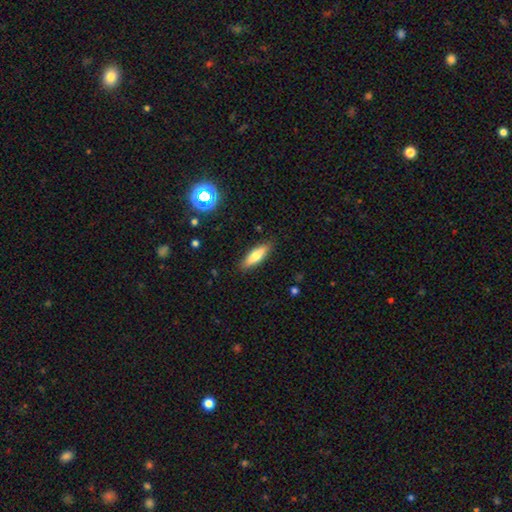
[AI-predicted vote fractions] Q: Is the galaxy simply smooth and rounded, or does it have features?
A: smooth — 70%.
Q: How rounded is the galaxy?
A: cigar-shaped — 53%.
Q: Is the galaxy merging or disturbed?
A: none — 88%.